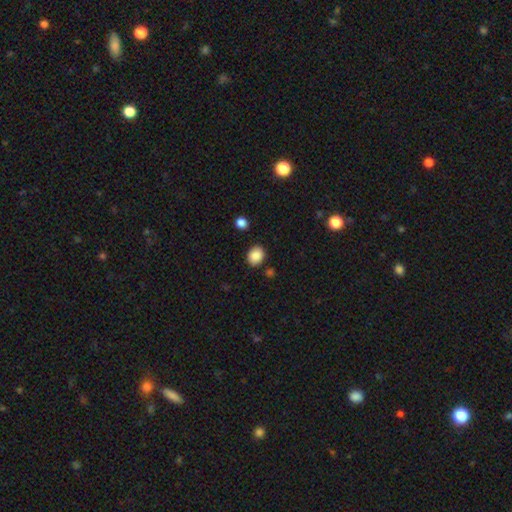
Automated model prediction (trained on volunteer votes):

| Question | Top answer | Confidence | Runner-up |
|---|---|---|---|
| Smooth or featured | smooth | 87% | star or artifact (9%) |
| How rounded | round | 54% | in between (45%) |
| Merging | none | 84% | minor disturbance (10%) |